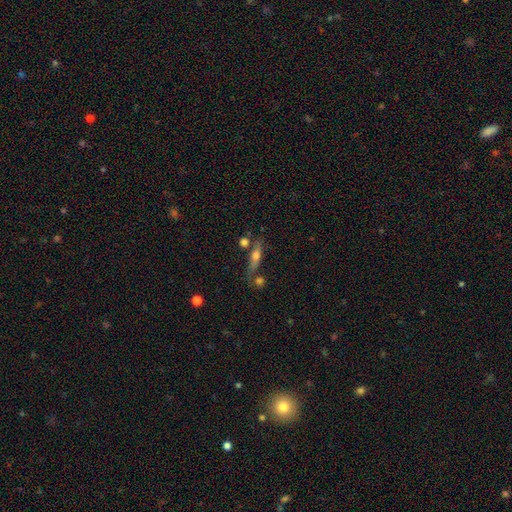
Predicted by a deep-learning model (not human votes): smooth_or_featured: featured or disk (p=0.54) [alt: smooth p=0.35]
disk_edge_on: yes (p=0.86) [alt: no p=0.14]
merging: none (p=0.68) [alt: merger p=0.14]